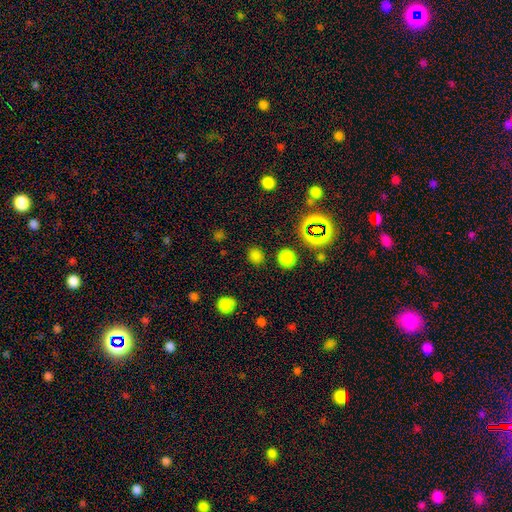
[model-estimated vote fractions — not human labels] This appears to be a smooth galaxy with no disk features (74%) that is round (81%). Merging: none (86%).